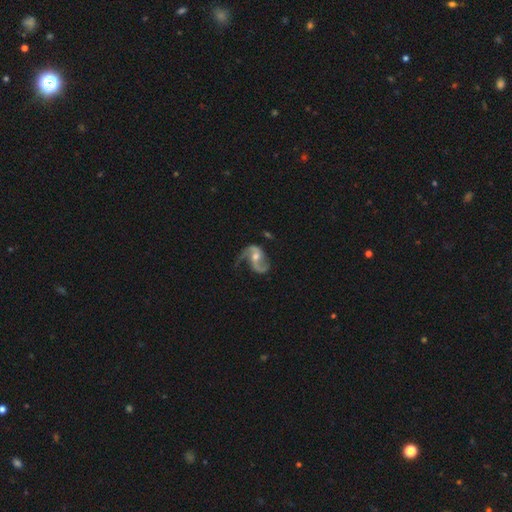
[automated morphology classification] Smooth or featured? featured or disk (88%)
Edge-on disk? no (98%)
Bar? no (46%)
Spiral arms? yes (96%)
Spiral winding? loose (57%)
Spiral arm count? 2 (88%)
Bulge size? moderate (59%)
Merging? none (56%)